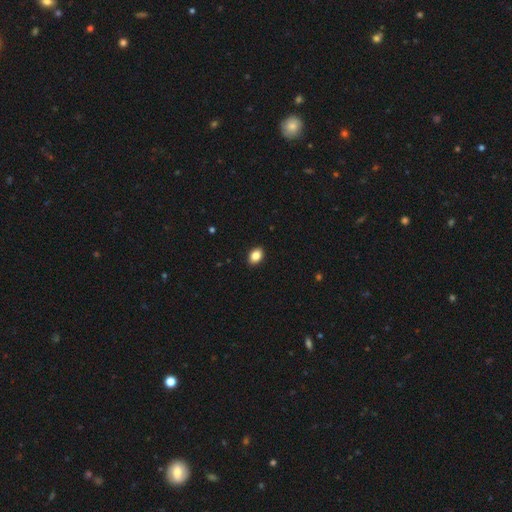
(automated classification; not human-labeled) Morphology: type=smooth (86%); roundness=in between (80%); merging=none (91%).